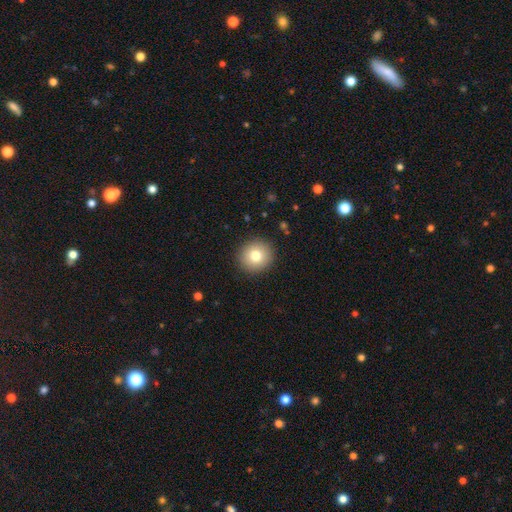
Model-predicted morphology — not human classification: The model was most divided on "smooth or featured": smooth: 78%, featured or disk: 11%, star or artifact: 10%. More confident: how rounded — round (92%); merging — none (91%).